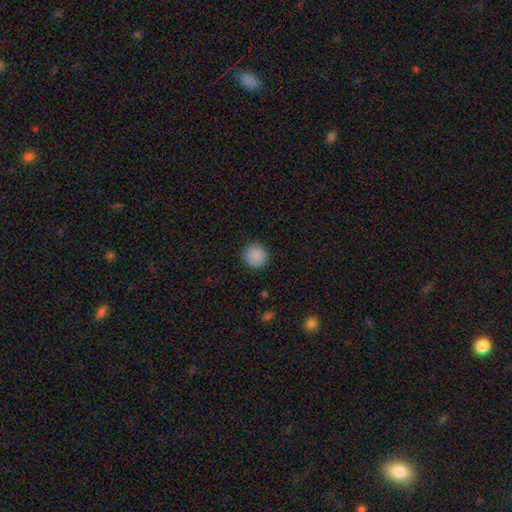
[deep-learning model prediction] A smooth galaxy with no disk features (89%) that is round (93%). Merging: none (91%).